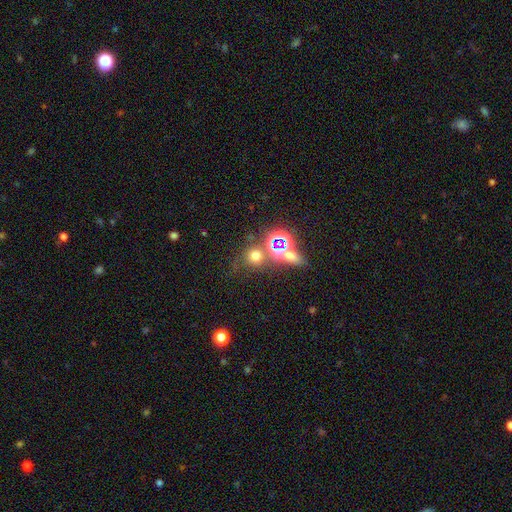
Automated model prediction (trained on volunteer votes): A smooth galaxy with no disk features (59%) that is round (87%).

Vote fractions:
- Smooth or featured? smooth: 59% / star or artifact: 31% / featured or disk: 9%
- How rounded? round: 87% / in between: 11% / cigar-shaped: 1%
- Merging? none: 65% / merger: 20% / minor disturbance: 10% / major disturbance: 6%